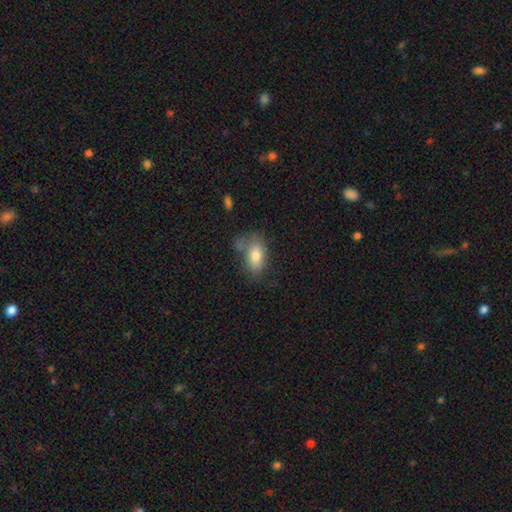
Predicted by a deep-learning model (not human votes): Morphology: type=smooth (78%); roundness=in between (90%); merging=none (52%).